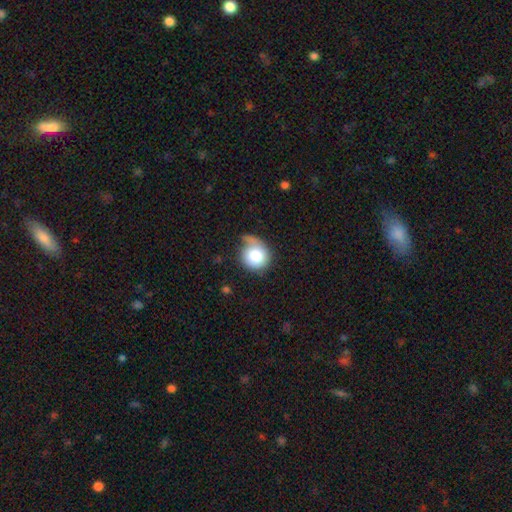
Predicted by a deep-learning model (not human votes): The model was most divided on "merging": none: 43%, minor disturbance: 33%, major disturbance: 19%, merger: 6%. More confident: how rounded — round (86%); smooth or featured — smooth (78%).